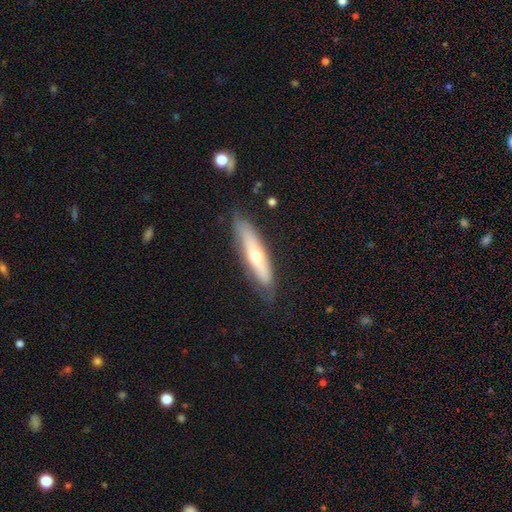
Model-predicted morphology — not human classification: A featured or disk galaxy (50%). Merging: none (78%).